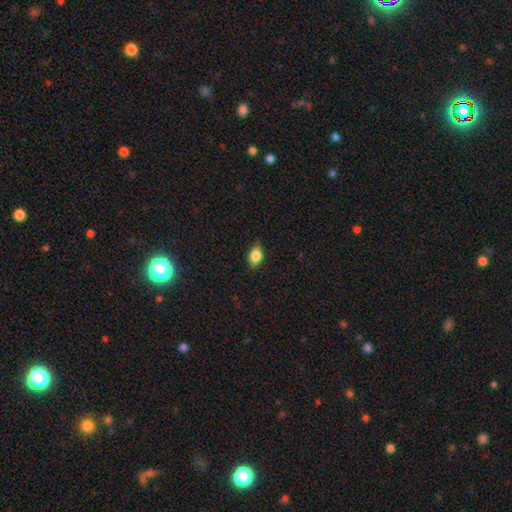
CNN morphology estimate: The model was most divided on "how rounded": in between: 80%, round: 17%, cigar-shaped: 3%. More confident: merging — none (81%); smooth or featured — smooth (81%).